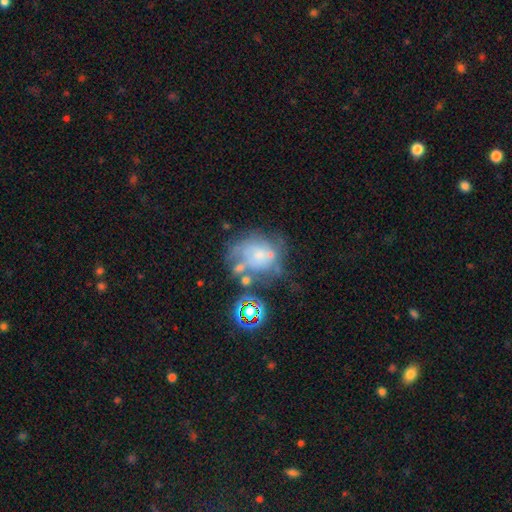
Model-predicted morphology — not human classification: featured or disk 52%, smooth 28%, star or artifact 20%. Down the decision tree: edge-on disk — no (97%); bar — no (84%); spiral arms — no (52%); bulge size — small (41%); merging — none (38%).